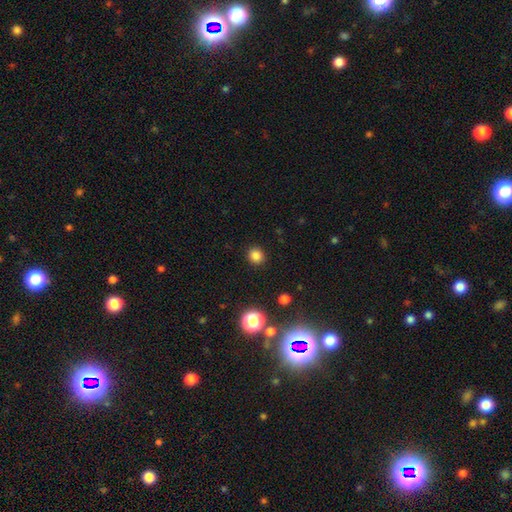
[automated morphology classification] Smooth or featured? smooth (82%)
How rounded? round (88%)
Merging? none (91%)